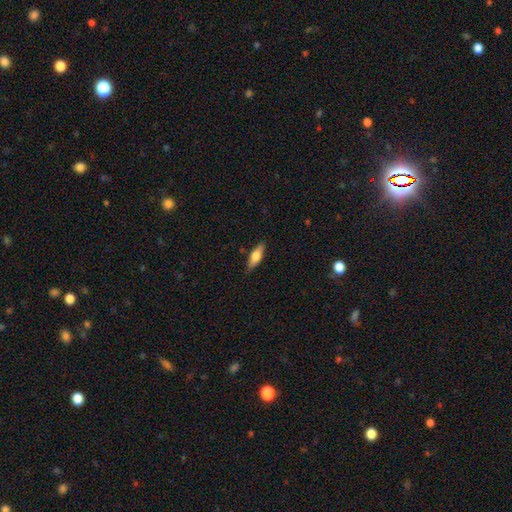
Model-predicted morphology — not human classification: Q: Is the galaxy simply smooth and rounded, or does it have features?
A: smooth — 60%.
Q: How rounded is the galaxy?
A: in between — 52%.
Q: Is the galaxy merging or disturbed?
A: none — 85%.